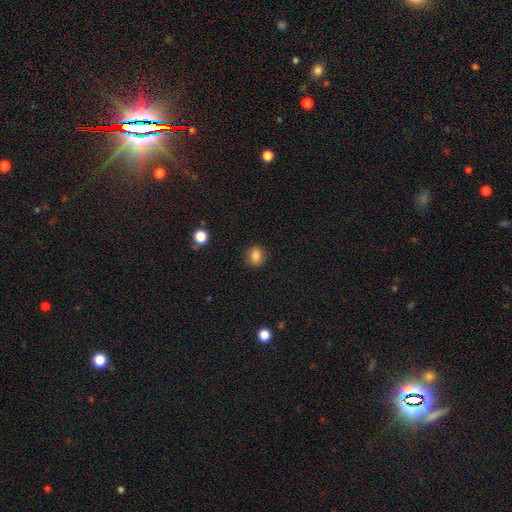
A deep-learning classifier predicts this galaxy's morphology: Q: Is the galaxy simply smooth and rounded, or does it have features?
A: smooth — 84%.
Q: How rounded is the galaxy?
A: round — 66%.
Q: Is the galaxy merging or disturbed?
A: none — 88%.